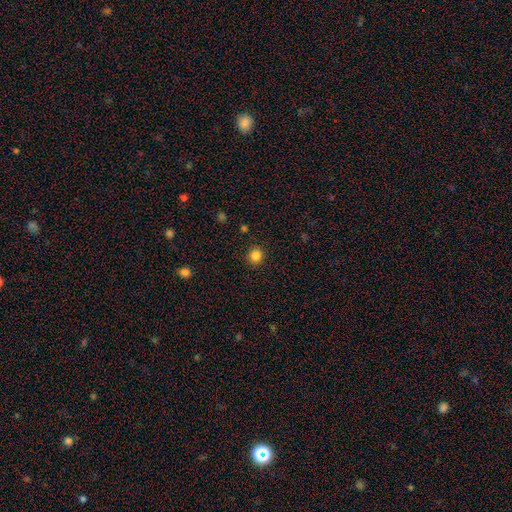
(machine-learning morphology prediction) Smooth or featured: smooth — 84% (star or artifact — 12%)
How rounded: round — 92% (in between — 7%)
Merging: none — 92% (minor disturbance — 5%)